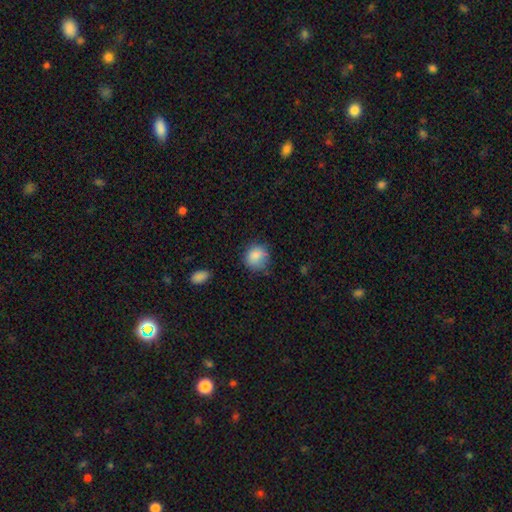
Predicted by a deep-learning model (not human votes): Smooth or featured: smooth — 84% (star or artifact — 9%)
How rounded: round — 80% (in between — 19%)
Merging: none — 70% (minor disturbance — 22%)